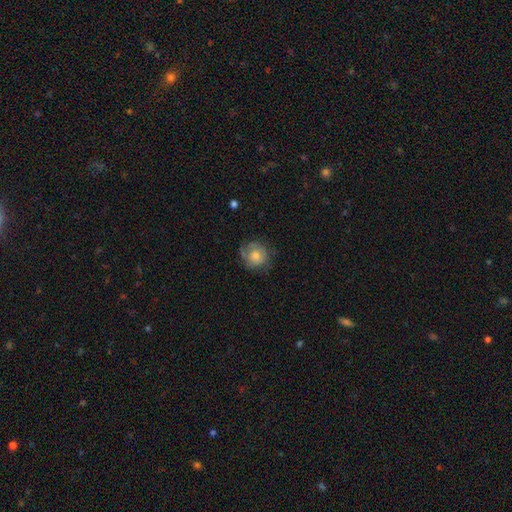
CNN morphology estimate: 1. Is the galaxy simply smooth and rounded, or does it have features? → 57% smooth, 35% featured or disk, 9% star or artifact.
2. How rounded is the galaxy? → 85% round, 14% in between, 1% cigar-shaped.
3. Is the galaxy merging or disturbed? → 65% none, 23% minor disturbance, 10% major disturbance, 2% merger.